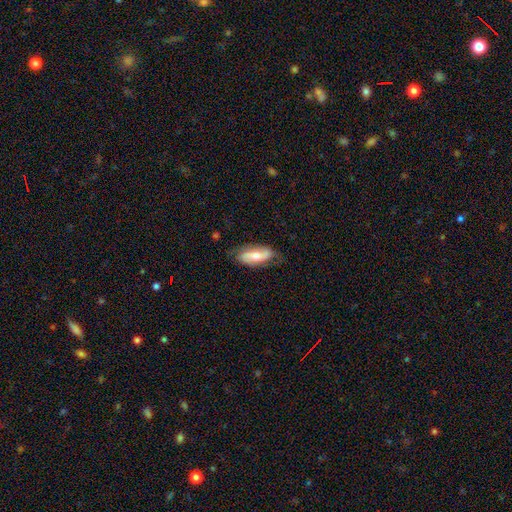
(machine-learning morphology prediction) smooth-or-featured: smooth: 47% | featured or disk: 46% | star or artifact: 6%
  merging: none: 70% | minor disturbance: 23% | major disturbance: 6% | merger: 1%